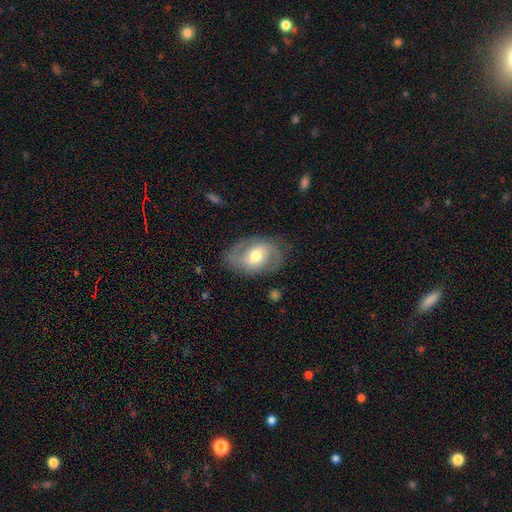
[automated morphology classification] Overall: featured or disk (66%; smooth 27%). Edge-on disk: no (95%). Bar: weak (47%; no 33%). Spiral arms: yes (78%). Bulge size: moderate (71%). Merging: none (75%).